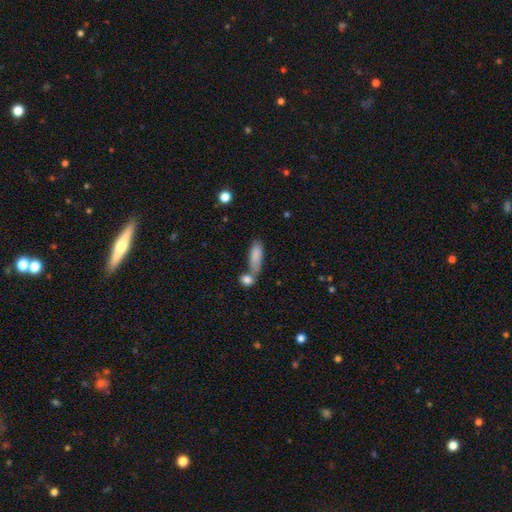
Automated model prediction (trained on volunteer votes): Overall: smooth (84%). How rounded: in between (64%; cigar-shaped 33%). Merging: none (40%; merger 38%).